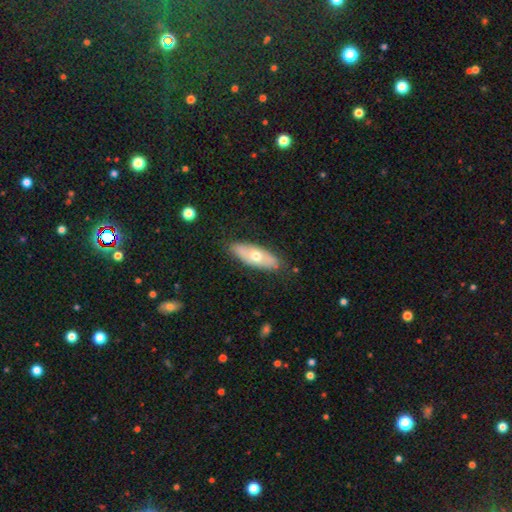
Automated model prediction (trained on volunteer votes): Smooth or featured: smooth — 54% (featured or disk — 40%)
How rounded: in between — 67% (cigar-shaped — 30%)
Merging: none — 82% (minor disturbance — 14%)